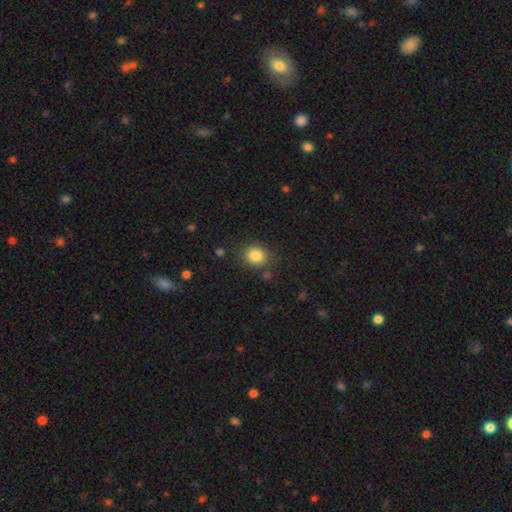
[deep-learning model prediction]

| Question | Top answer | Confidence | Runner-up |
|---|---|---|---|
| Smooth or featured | smooth | 84% | star or artifact (10%) |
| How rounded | round | 71% | in between (29%) |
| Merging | none | 81% | minor disturbance (12%) |